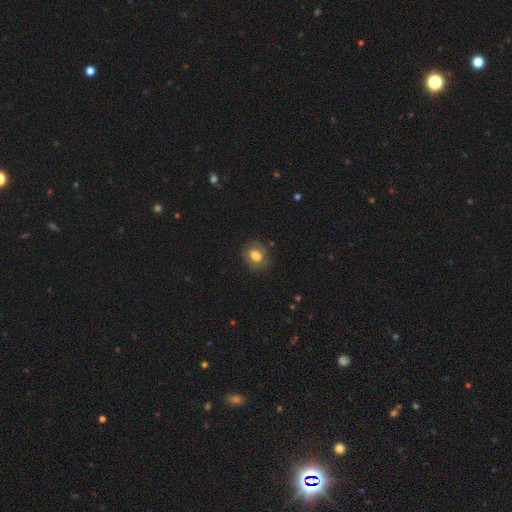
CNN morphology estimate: smooth 72%, featured or disk 19%, star or artifact 9%. Down the decision tree: how rounded — in between (50%); merging — none (77%).